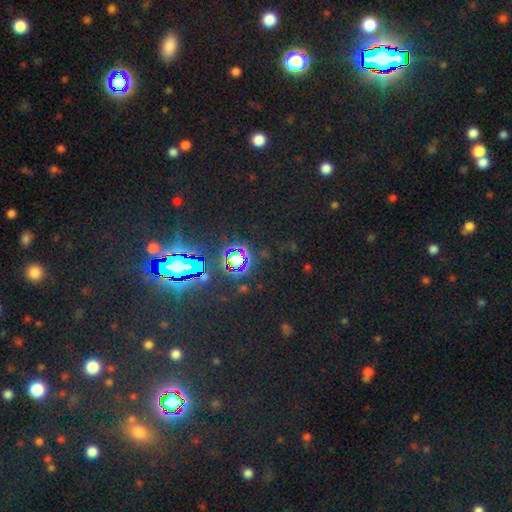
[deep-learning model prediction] Overall: star or artifact (79%).